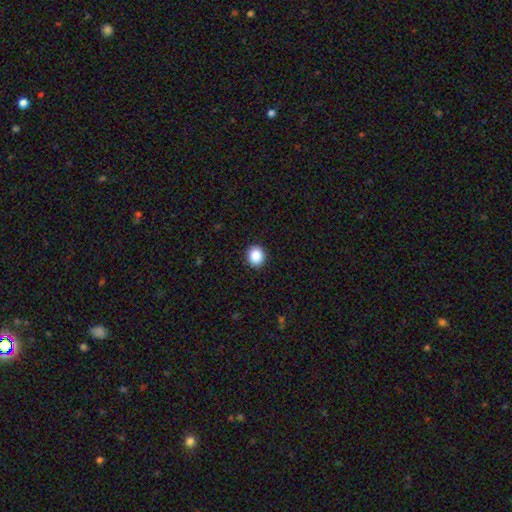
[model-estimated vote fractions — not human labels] A smooth galaxy with no disk features (88%) that is round (78%). Merging: none (92%).